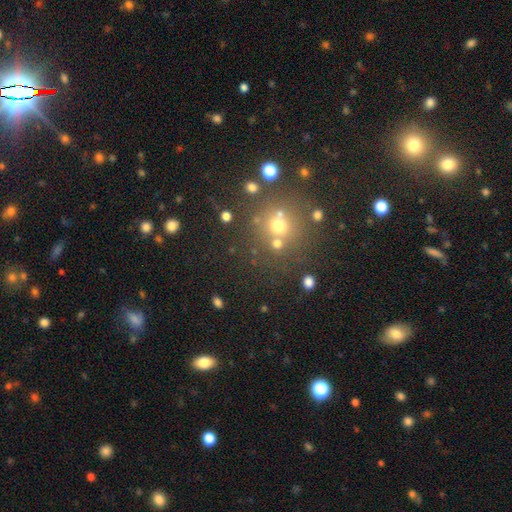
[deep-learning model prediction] star or artifact 44% (tied), smooth 44% (tied), featured or disk 12%.